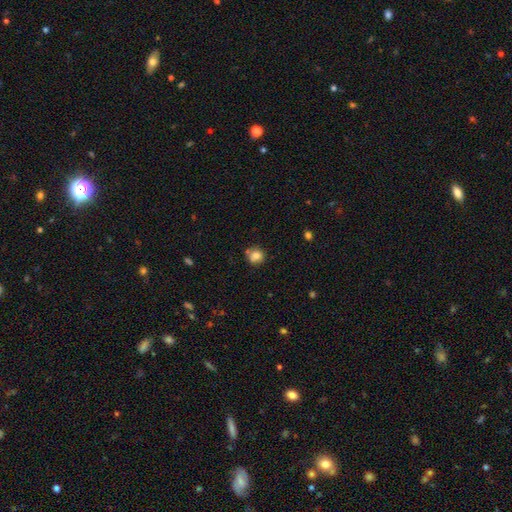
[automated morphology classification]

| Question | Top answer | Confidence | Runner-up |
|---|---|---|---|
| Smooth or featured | smooth | 79% | featured or disk (11%) |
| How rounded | round | 81% | in between (18%) |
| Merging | none | 70% | minor disturbance (17%) |